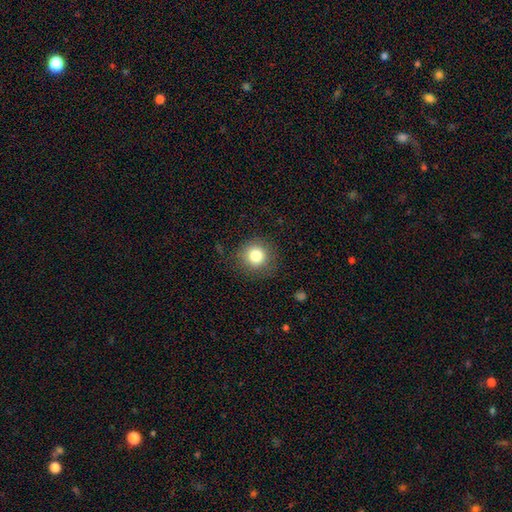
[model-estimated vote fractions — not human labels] Smooth or featured? smooth (82%)
How rounded? round (93%)
Merging? none (85%)